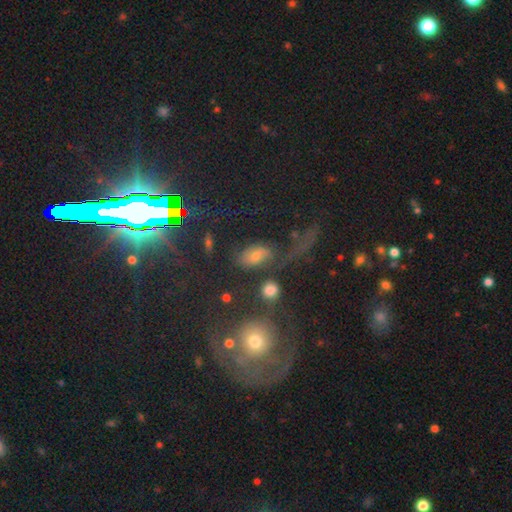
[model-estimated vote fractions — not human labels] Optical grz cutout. It shows a smooth galaxy with no disk features (52%) that is in between round and cigar-shaped (78%). Merging: none (54%).